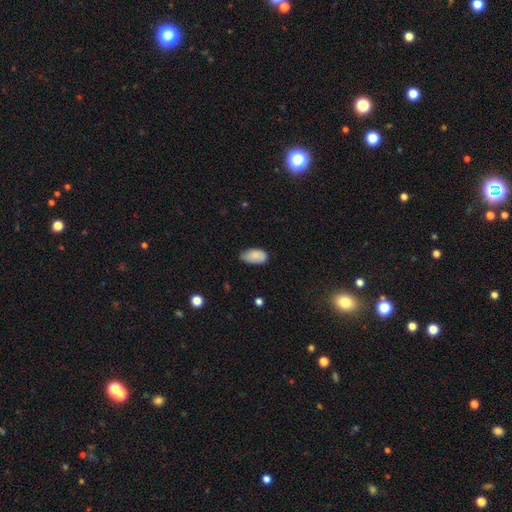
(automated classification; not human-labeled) smooth_or_featured: smooth (p=0.84) [alt: featured or disk p=0.09]
how_rounded: in between (p=0.95) [alt: round p=0.03]
merging: none (p=0.57) [alt: minor disturbance p=0.35]